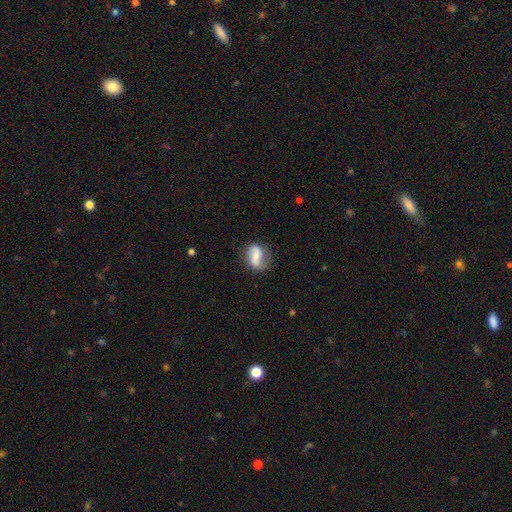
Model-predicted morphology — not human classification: This is possibly a featured or disk galaxy (51%). It is clearly not viewed edge-on (95%). Merging: likely none (60%).